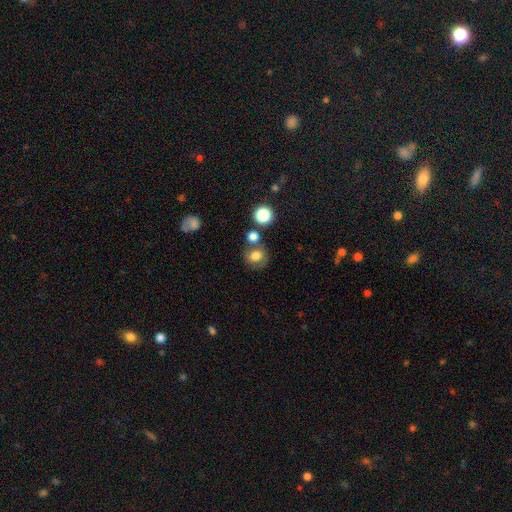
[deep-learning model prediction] Smooth or featured?
  - smooth: 74% *
  - featured or disk: 14%
  - star or artifact: 12%
How rounded?
  - round: 81% *
  - in between: 19%
  - cigar-shaped: 1%
Merging?
  - none: 64% *
  - merger: 17%
  - minor disturbance: 13%
  - major disturbance: 6%